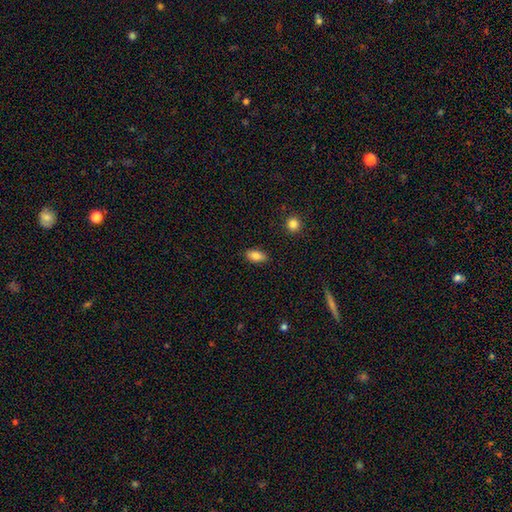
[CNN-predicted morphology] A smooth galaxy with no disk features (84%) that is in between round and cigar-shaped (91%).

Vote fractions:
- Smooth or featured? smooth: 84% / featured or disk: 9% / star or artifact: 8%
- How rounded? in between: 91% / cigar-shaped: 5% / round: 4%
- Merging? none: 88% / minor disturbance: 9% / major disturbance: 2% / merger: 1%